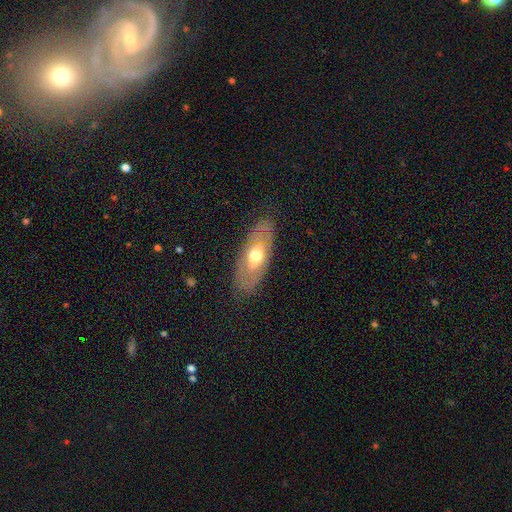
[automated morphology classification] A smooth galaxy with no disk features (49%). Merging: none (80%).